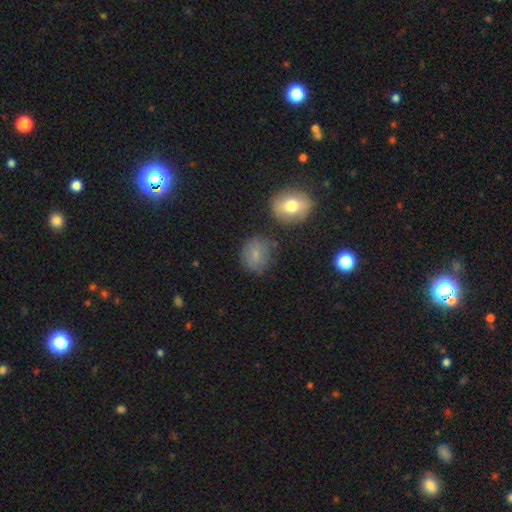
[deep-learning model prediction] This is likely a smooth galaxy (78%). How rounded: likely round (73%). Merging: likely none (71%).